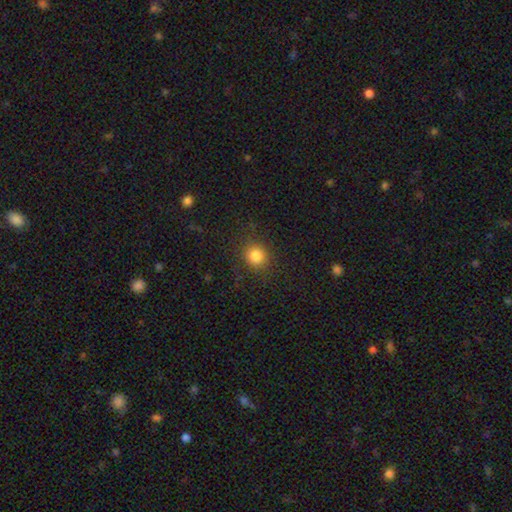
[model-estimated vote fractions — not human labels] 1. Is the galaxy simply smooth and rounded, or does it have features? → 82% smooth, 13% star or artifact, 5% featured or disk.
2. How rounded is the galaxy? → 88% round, 11% in between, 1% cigar-shaped.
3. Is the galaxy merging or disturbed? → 88% none, 8% minor disturbance, 3% major disturbance, 1% merger.